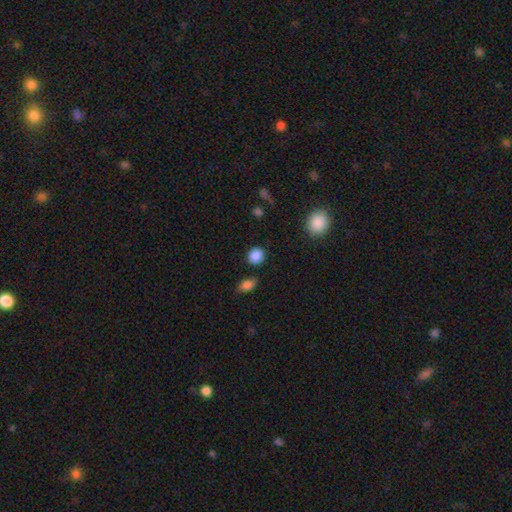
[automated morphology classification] A smooth galaxy with no disk features (87%) that is round (79%). Merging: none (84%).